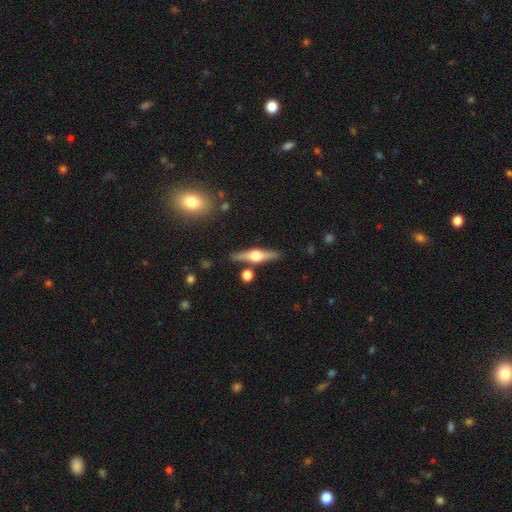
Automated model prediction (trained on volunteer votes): This appears to be a featured or disk galaxy (72%) viewed edge-on (97%) with a rounded central bulge (95%). Merging: none (85%).